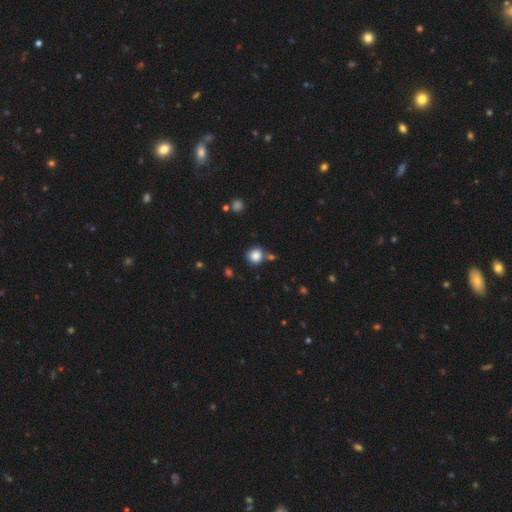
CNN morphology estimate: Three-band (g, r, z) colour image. It shows a smooth galaxy with no disk features (85%) that is round (88%). Merging: none (73%).